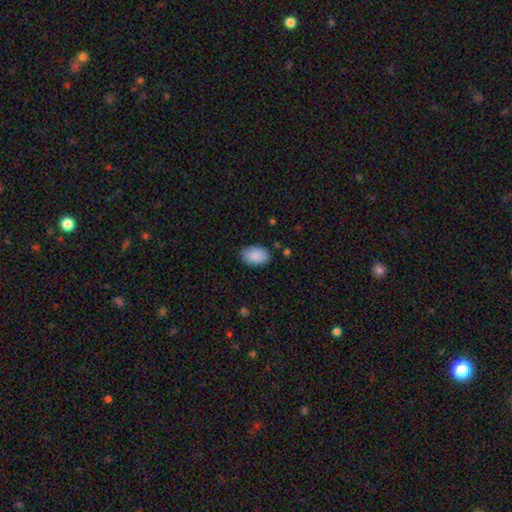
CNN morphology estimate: Smooth or featured: smooth — 89% (star or artifact — 6%)
How rounded: in between — 89% (round — 9%)
Merging: none — 83% (minor disturbance — 13%)